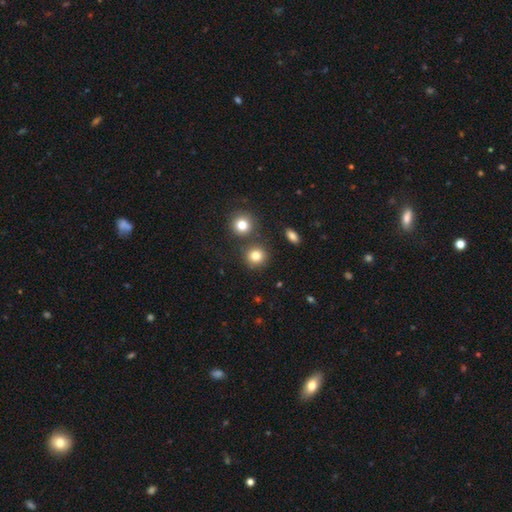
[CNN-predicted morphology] Smooth or featured?
  - smooth: 82% *
  - star or artifact: 12%
  - featured or disk: 7%
How rounded?
  - round: 88% *
  - in between: 11%
  - cigar-shaped: 1%
Merging?
  - none: 79% *
  - merger: 9%
  - minor disturbance: 8%
  - major disturbance: 3%